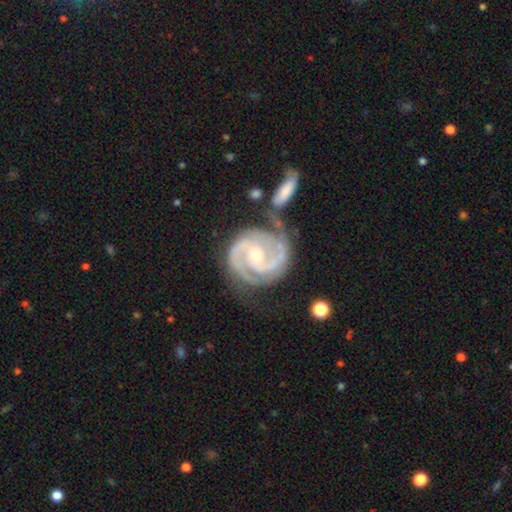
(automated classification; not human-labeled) Smooth or featured? Predicted: featured or disk (p=0.93). Edge-on disk? Predicted: no (p=0.98). Bar? Predicted: no (p=0.49). Spiral arms? Predicted: yes (p=0.99). Spiral winding? Predicted: tight (p=0.56). Spiral arm count? Predicted: 2 (p=0.84). Bulge size? Predicted: small (p=0.53). Merging? Predicted: none (p=0.64).